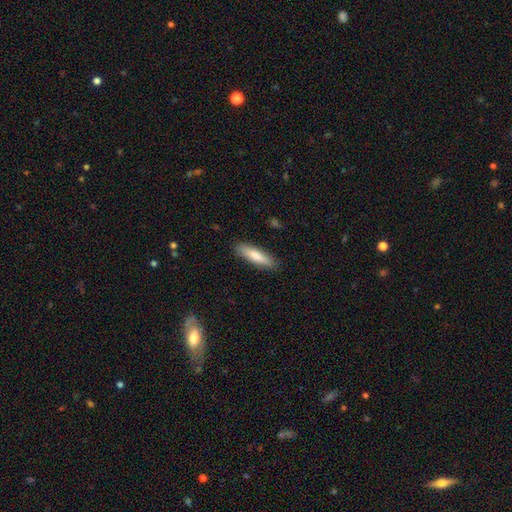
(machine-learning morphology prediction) Smooth or featured? smooth (78%)
How rounded? cigar-shaped (75%)
Merging? none (88%)